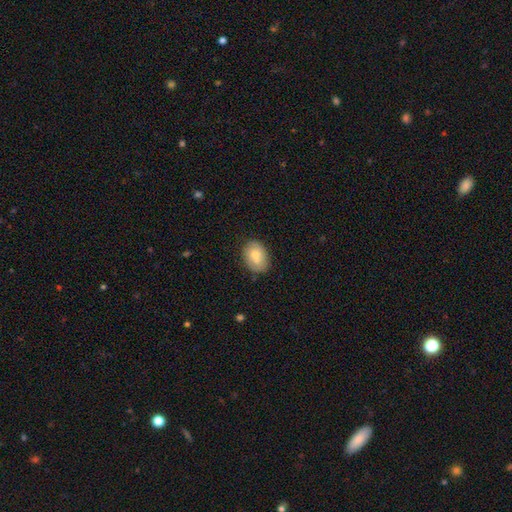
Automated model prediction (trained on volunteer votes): smooth 73%, featured or disk 20%, star or artifact 7%. Down the decision tree: how rounded — in between (73%); merging — none (73%).